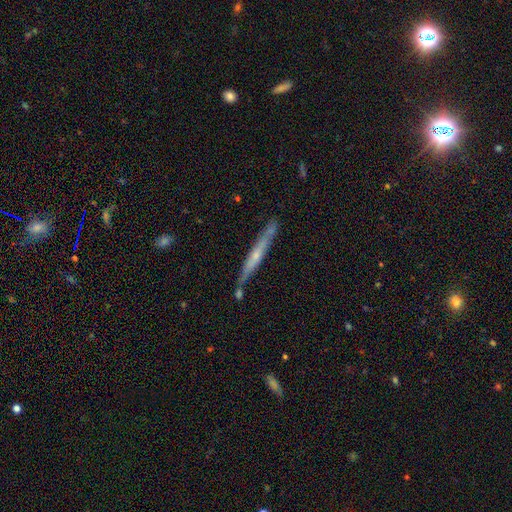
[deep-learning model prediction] A featured or disk galaxy (62%) viewed edge-on (94%) with no central bulge (47%).

Vote fractions:
- Smooth or featured? featured or disk: 62% / smooth: 32% / star or artifact: 6%
- Edge-on disk? yes: 94% / no: 6%
- Edge-on bulge? none: 47% / rounded: 46% / boxy: 7%
- Merging? none: 77% / minor disturbance: 15% / merger: 6% / major disturbance: 3%